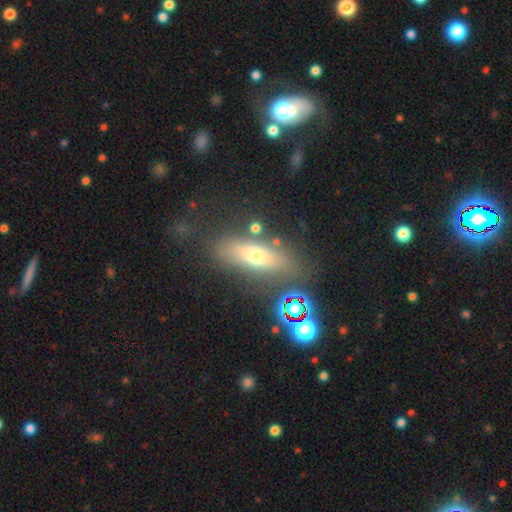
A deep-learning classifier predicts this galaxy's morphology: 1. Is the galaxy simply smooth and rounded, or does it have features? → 55% smooth, 31% featured or disk, 15% star or artifact.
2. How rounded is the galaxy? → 51% in between, 44% cigar-shaped, 5% round.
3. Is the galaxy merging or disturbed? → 69% none, 16% minor disturbance, 8% major disturbance, 6% merger.